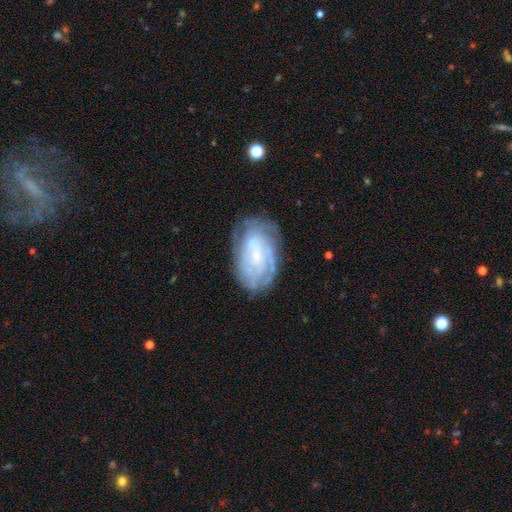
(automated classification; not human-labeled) The model was most divided on "spiral arm count": can't tell: 48%, 4: 14%, 3: 12%, 2: 12%, more than 4: 8%, 1: 5%. More confident: edge-on disk — no (96%); spiral arms — yes (89%); bulge size — small (81%); smooth or featured — featured or disk (76%); spiral winding — tight (73%); merging — none (72%); bar — no (69%).